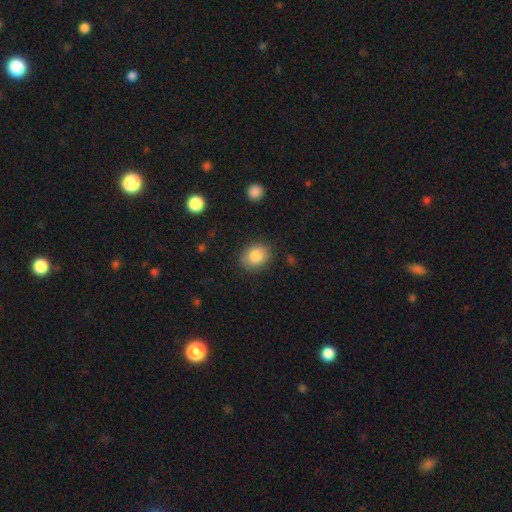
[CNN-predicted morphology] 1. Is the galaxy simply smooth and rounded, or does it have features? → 84% smooth, 8% star or artifact, 8% featured or disk.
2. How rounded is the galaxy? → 50% round, 49% in between, 1% cigar-shaped.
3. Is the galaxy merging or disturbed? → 83% none, 12% minor disturbance, 3% major disturbance, 1% merger.